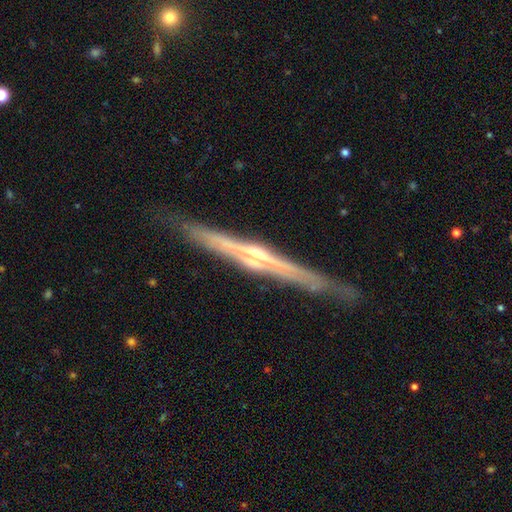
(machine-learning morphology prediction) Smooth or featured? featured or disk (83%)
Edge-on disk? yes (97%)
Edge-on bulge? rounded (62%)
Merging? none (85%)